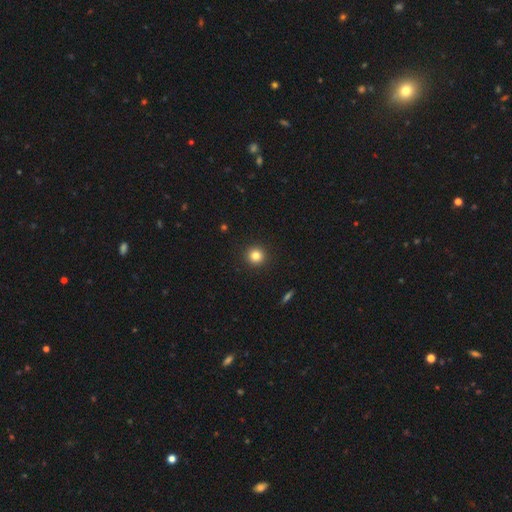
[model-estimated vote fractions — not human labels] smooth-or-featured: smooth: 83% | star or artifact: 12% | featured or disk: 5%
  how-rounded: round: 94% | in between: 5% | cigar-shaped: 1%
  merging: none: 93% | minor disturbance: 4% | major disturbance: 2% | merger: 1%